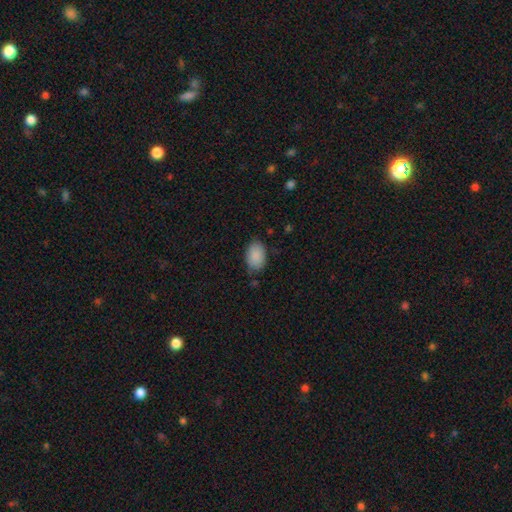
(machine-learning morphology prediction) A smooth galaxy with no disk features (89%) that is in between round and cigar-shaped (88%). Merging: none (78%).